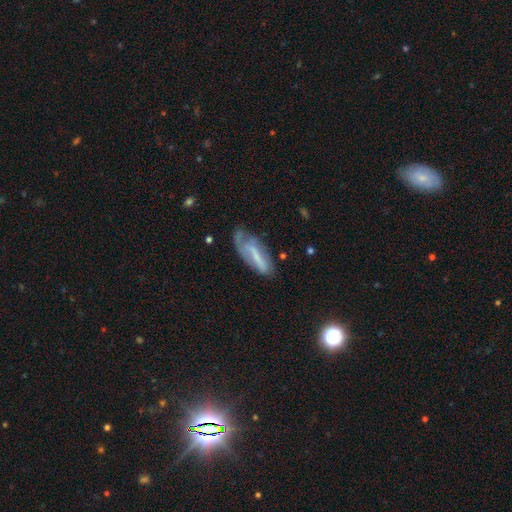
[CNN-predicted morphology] featured or disk 50%, smooth 41%, star or artifact 9%. Down the decision tree: edge-on disk — no (76%); merging — none (43%).